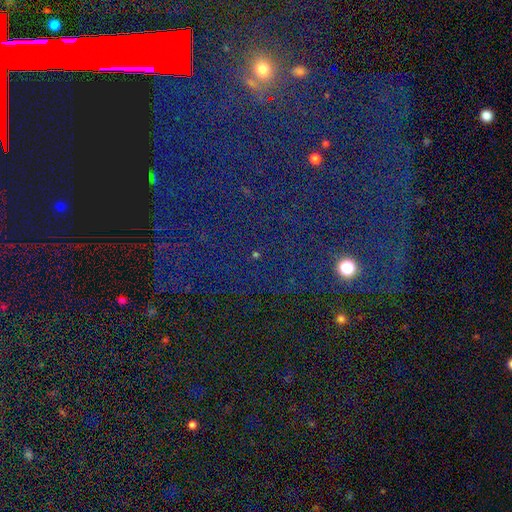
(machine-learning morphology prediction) Smooth or featured?
  - star or artifact: 81% *
  - smooth: 10%
  - featured or disk: 8%